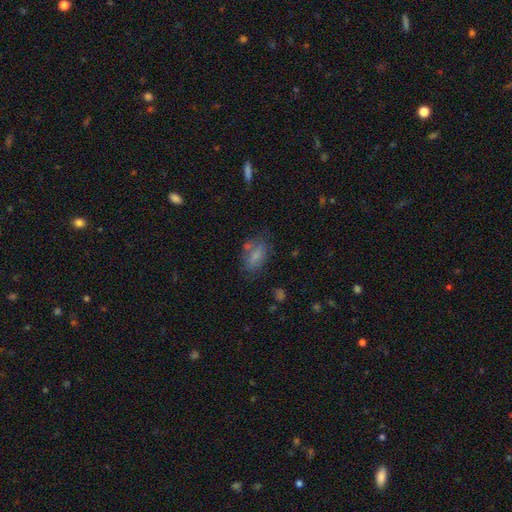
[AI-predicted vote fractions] Smooth or featured: smooth — 71% (featured or disk — 19%)
How rounded: in between — 87% (round — 9%)
Merging: none — 61% (minor disturbance — 20%)